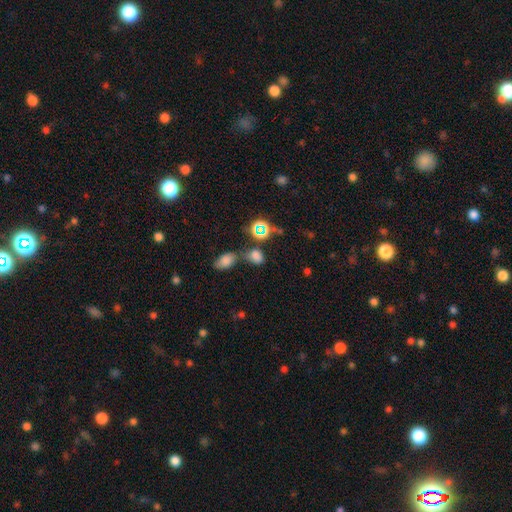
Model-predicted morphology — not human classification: Q: Smooth or featured?
A: smooth (67%); runner-up: star or artifact (25%)
Q: How rounded?
A: in between (74%); runner-up: round (24%)
Q: Merging?
A: none (45%); runner-up: merger (34%)